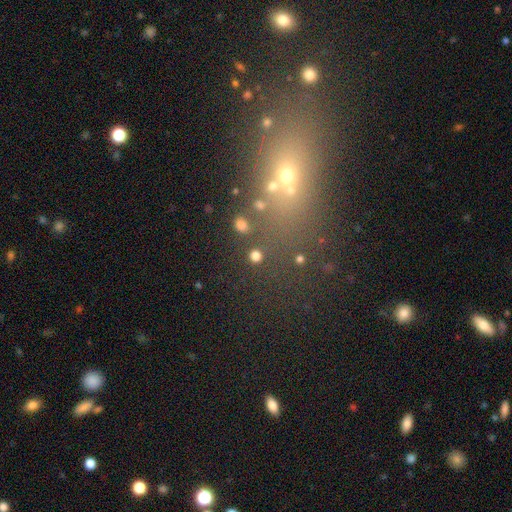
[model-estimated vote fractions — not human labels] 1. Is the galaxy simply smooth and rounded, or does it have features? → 77% smooth, 17% star or artifact, 5% featured or disk.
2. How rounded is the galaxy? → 91% round, 8% in between, 1% cigar-shaped.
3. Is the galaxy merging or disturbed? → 84% none, 6% minor disturbance, 6% merger, 4% major disturbance.